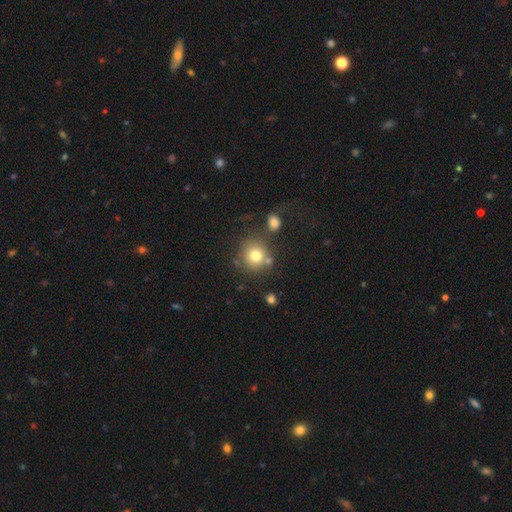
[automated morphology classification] smooth 76%, star or artifact 13%, featured or disk 11%. Down the decision tree: how rounded — round (90%); merging — none (71%).